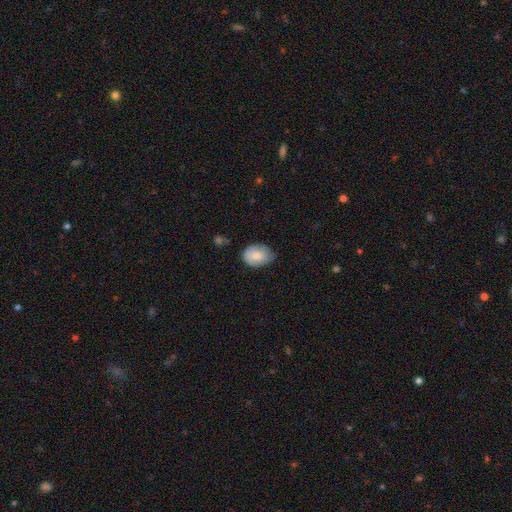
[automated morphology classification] smooth-or-featured: smooth: 79% | featured or disk: 14% | star or artifact: 7%
  how-rounded: in between: 74% | round: 25% | cigar-shaped: 1%
  merging: none: 55% | minor disturbance: 36% | major disturbance: 7% | merger: 2%